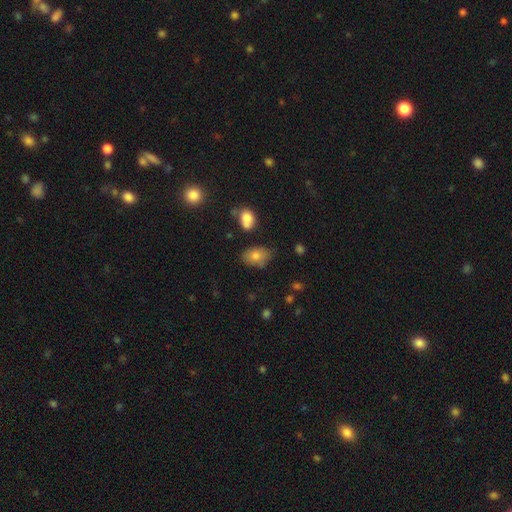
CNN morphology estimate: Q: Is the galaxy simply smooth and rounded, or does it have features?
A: smooth — 79%.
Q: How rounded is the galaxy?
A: in between — 83%.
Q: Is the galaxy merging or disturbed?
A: none — 65%.